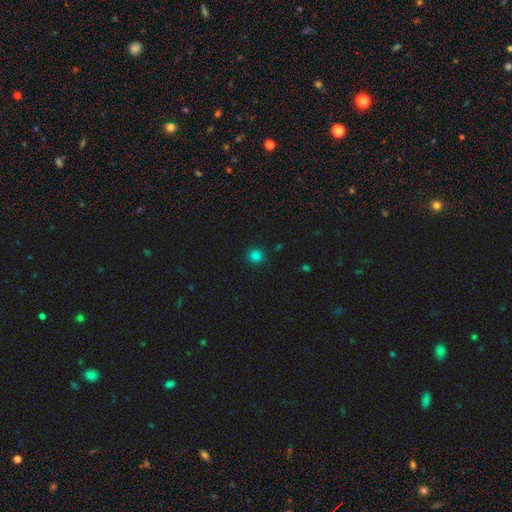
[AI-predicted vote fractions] smooth 81%, star or artifact 15%, featured or disk 4%. Down the decision tree: how rounded — round (91%); merging — none (91%).